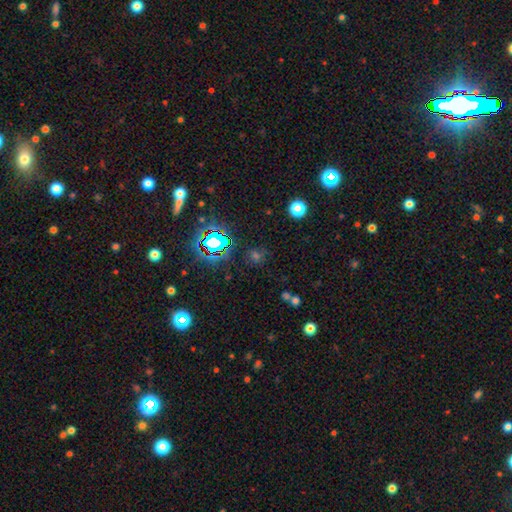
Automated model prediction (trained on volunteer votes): Smooth or featured?
  - star or artifact: 59% *
  - smooth: 31%
  - featured or disk: 10%